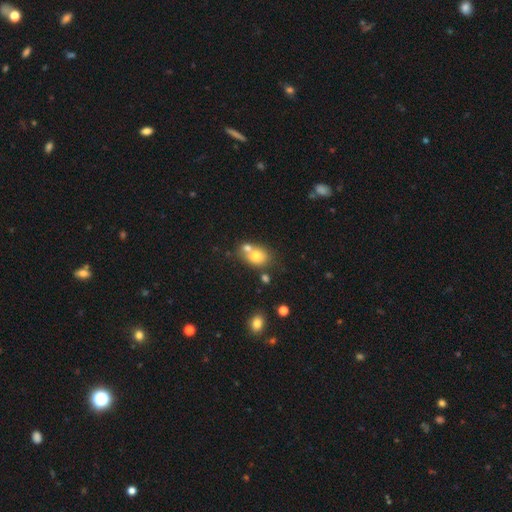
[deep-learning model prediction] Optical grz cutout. It shows a smooth galaxy with no disk features (73%) that is round (50%). Merging: merger (48%).